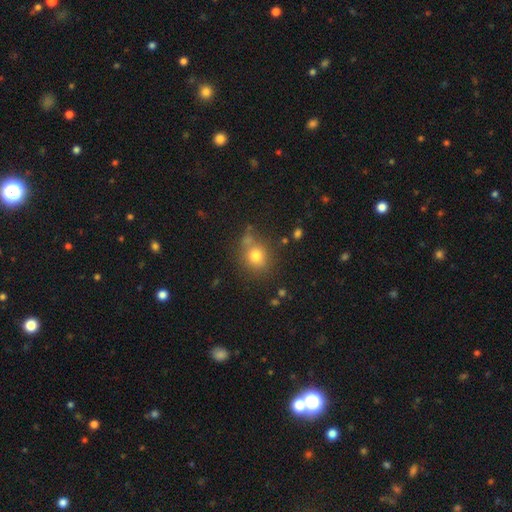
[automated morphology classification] Overall: smooth (76%). How rounded: round (78%). Merging: none (72%).